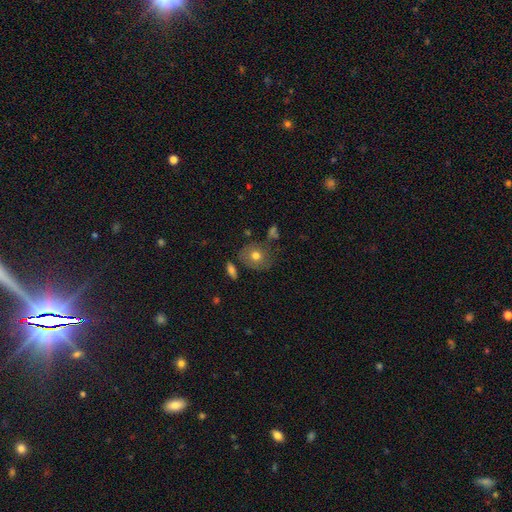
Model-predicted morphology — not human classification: The model was most divided on "how rounded": round: 69%, in between: 29%, cigar-shaped: 1%. More confident: smooth or featured — smooth (71%); merging — none (68%).